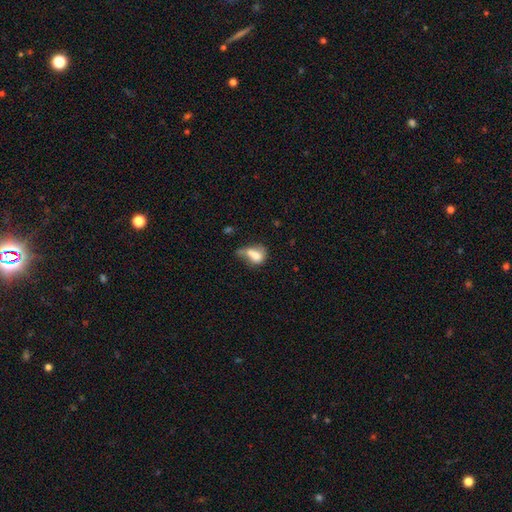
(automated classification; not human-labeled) smooth-or-featured: smooth: 67% | featured or disk: 22% | star or artifact: 10%
  how-rounded: in between: 71% | round: 26% | cigar-shaped: 4%
  merging: merger: 31% | major disturbance: 28% | minor disturbance: 21% | none: 20%